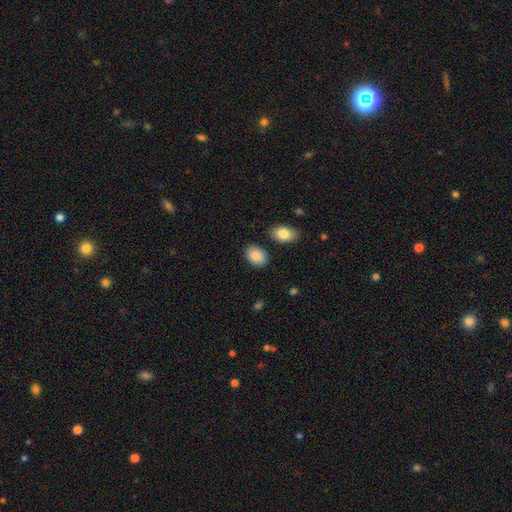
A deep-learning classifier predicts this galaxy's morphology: Smooth or featured? smooth (86%)
How rounded? in between (86%)
Merging? none (83%)